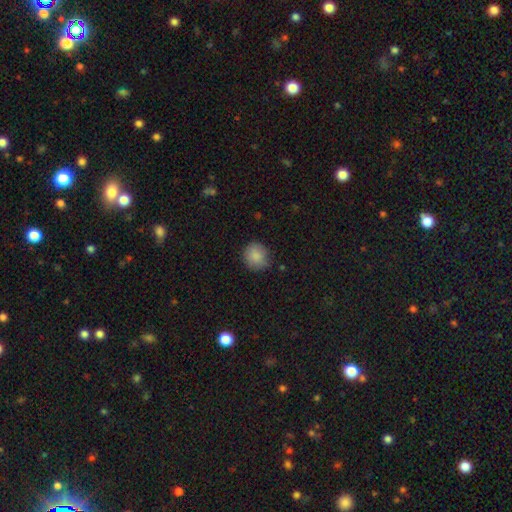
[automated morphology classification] Smooth or featured: smooth — 86% (star or artifact — 8%)
How rounded: round — 87% (in between — 12%)
Merging: none — 79% (minor disturbance — 17%)